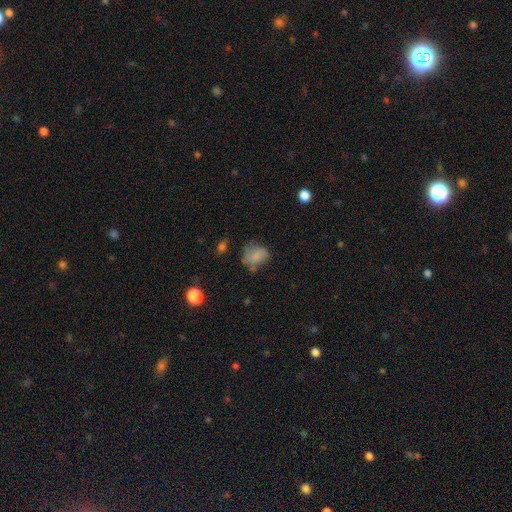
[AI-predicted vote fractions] This appears to be a smooth galaxy with no disk features (72%) that is round (52%). Merging: none (48%).